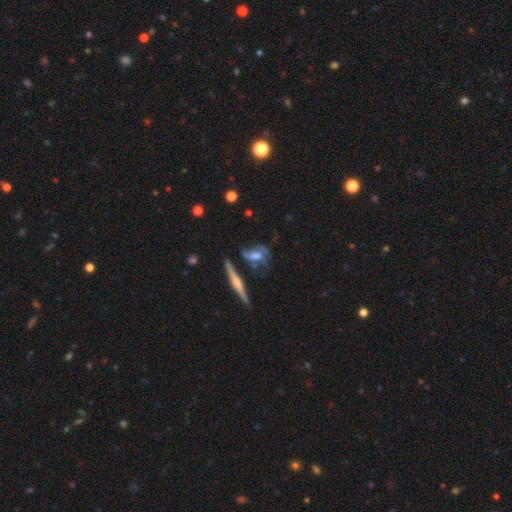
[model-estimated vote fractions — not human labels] A featured or disk galaxy (55%).

Vote fractions:
- Smooth or featured? featured or disk: 55% / smooth: 34% / star or artifact: 11%
- Edge-on disk? no: 62% / yes: 38%
- Merging? none: 49% / minor disturbance: 23% / major disturbance: 17% / merger: 11%